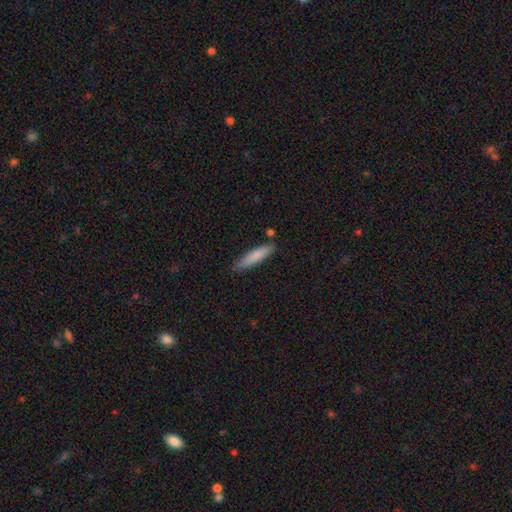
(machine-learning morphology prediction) A smooth galaxy with no disk features (80%) that is cigar-shaped (85%). Merging: none (83%).